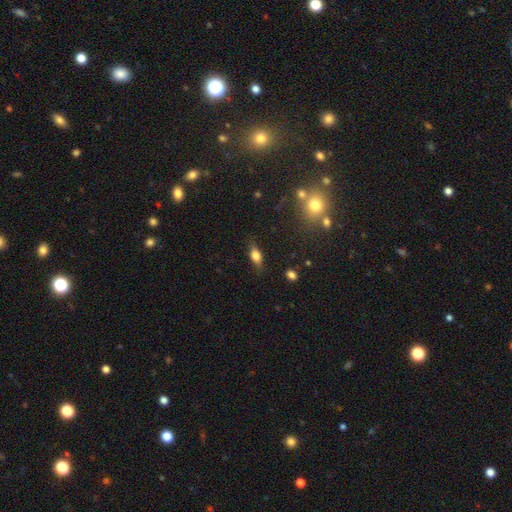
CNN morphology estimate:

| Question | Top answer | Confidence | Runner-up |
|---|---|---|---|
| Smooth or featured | smooth | 66% | featured or disk (24%) |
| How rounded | in between | 74% | cigar-shaped (19%) |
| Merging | none | 79% | minor disturbance (16%) |